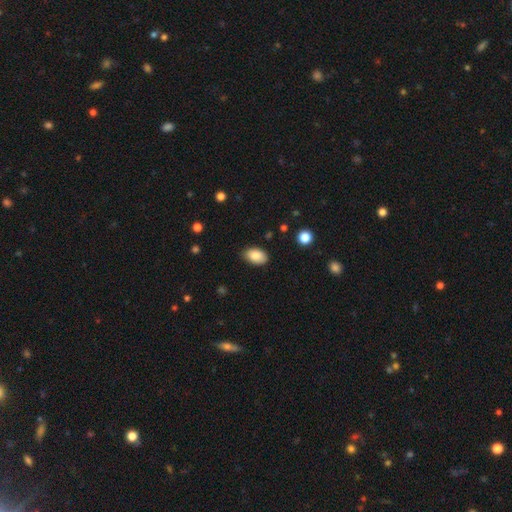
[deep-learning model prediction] A smooth galaxy with no disk features (87%) that is in between round and cigar-shaped (91%).

Vote fractions:
- Smooth or featured? smooth: 87% / star or artifact: 7% / featured or disk: 6%
- How rounded? in between: 91% / round: 8% / cigar-shaped: 1%
- Merging? none: 83% / minor disturbance: 13% / major disturbance: 2% / merger: 1%